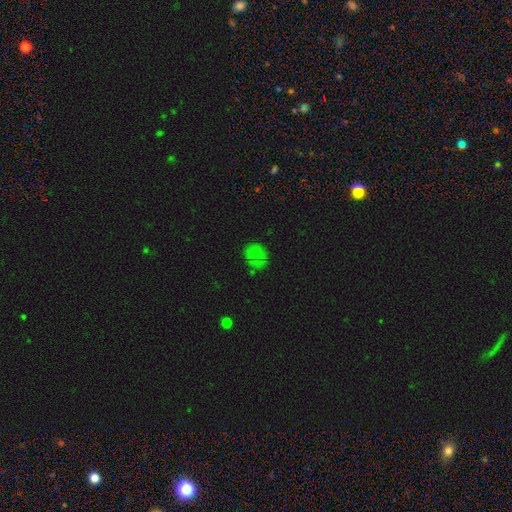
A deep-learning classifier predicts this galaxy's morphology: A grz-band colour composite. It shows a smooth galaxy with no disk features (64%) that is round (72%). Merging: none (72%).